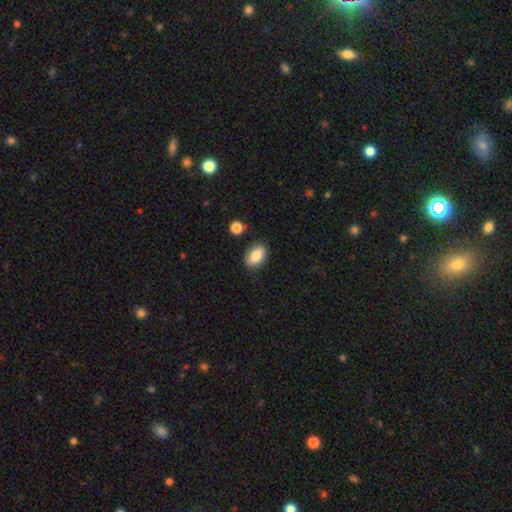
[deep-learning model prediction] Morphology: type=smooth (82%); roundness=in between (87%); merging=none (83%).